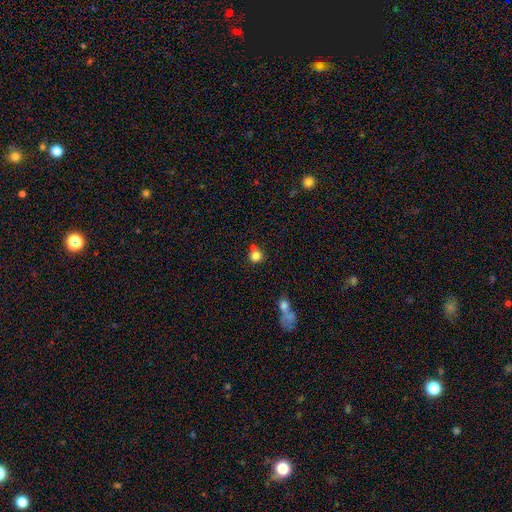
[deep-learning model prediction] smooth 82%, star or artifact 11%, featured or disk 6%. Down the decision tree: how rounded — round (86%); merging — none (61%).